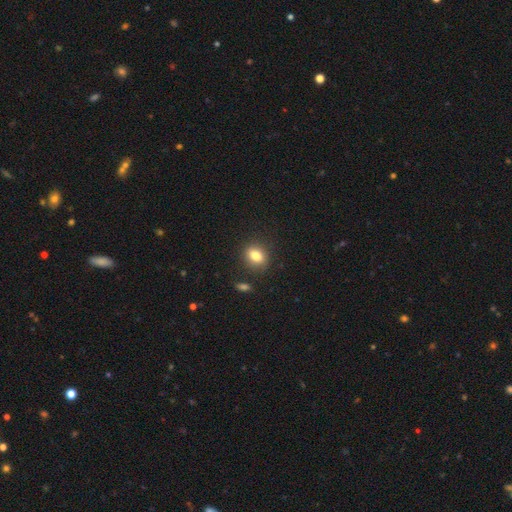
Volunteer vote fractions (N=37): This appears to be a smooth galaxy with no disk features (86%) that is in between round and cigar-shaped (69%). Merging: none (79%).